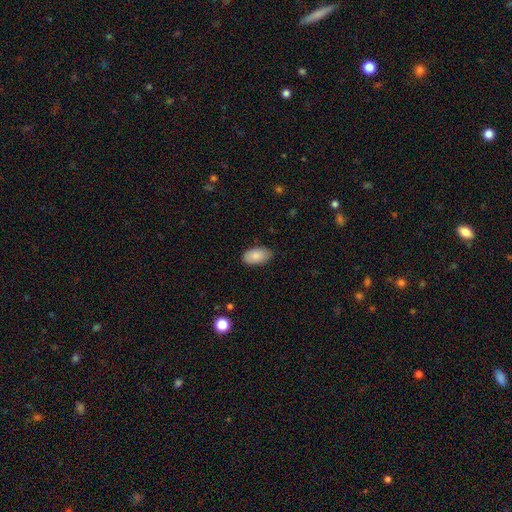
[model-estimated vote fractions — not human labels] smooth-or-featured: smooth: 85% | featured or disk: 9% | star or artifact: 7%
  how-rounded: in between: 95% | round: 4% | cigar-shaped: 2%
  merging: none: 82% | minor disturbance: 15% | major disturbance: 2% | merger: 1%